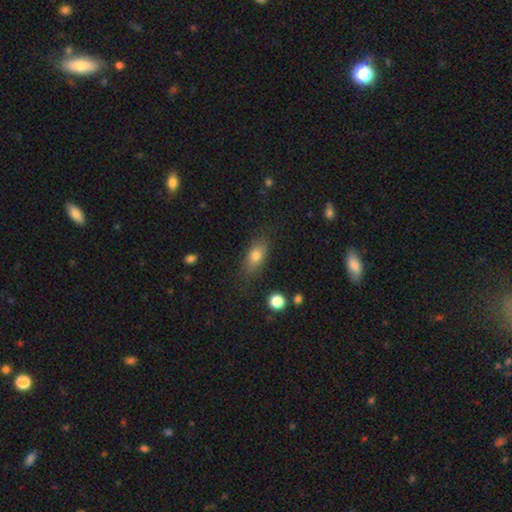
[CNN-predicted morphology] This is likely a smooth galaxy (76%). How rounded: likely in between (77%). Merging: likely none (75%).